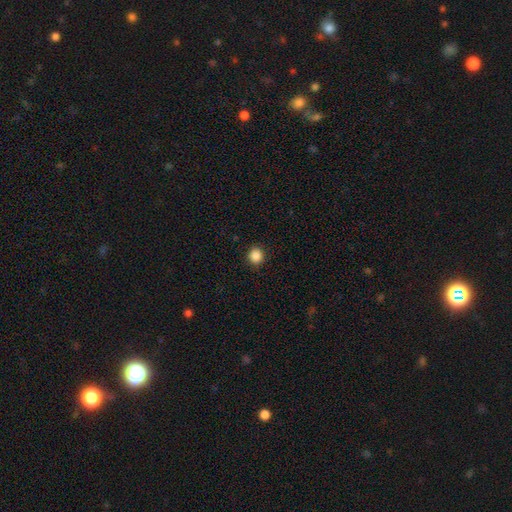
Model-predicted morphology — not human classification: This is clearly a smooth galaxy (87%). How rounded: clearly round (88%). Merging: clearly none (91%).